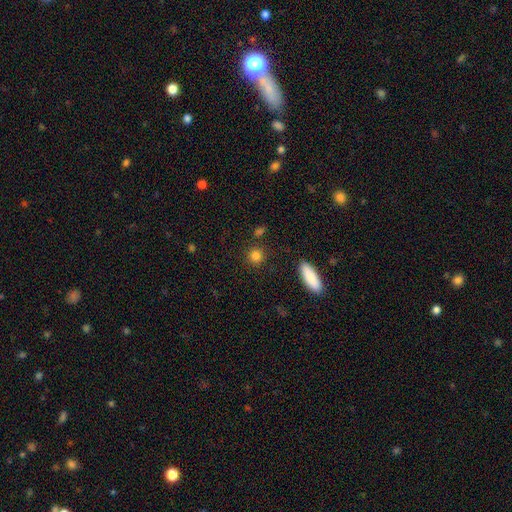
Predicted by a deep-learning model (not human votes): Morphology: type=smooth (84%); roundness=round (85%); merging=none (86%).